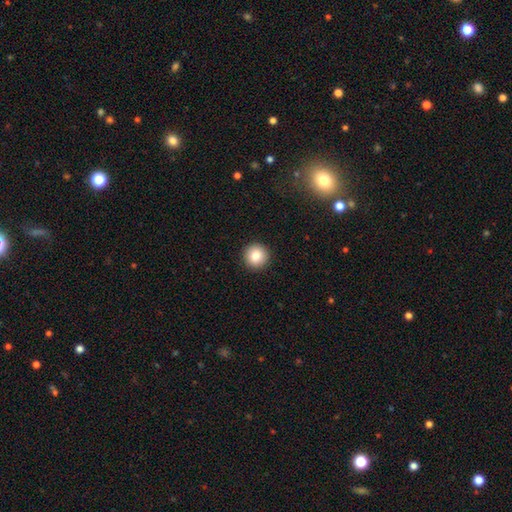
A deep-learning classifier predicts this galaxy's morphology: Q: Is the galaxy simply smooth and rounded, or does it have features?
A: smooth — 83%.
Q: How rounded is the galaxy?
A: round — 96%.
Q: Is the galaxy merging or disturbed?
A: none — 93%.